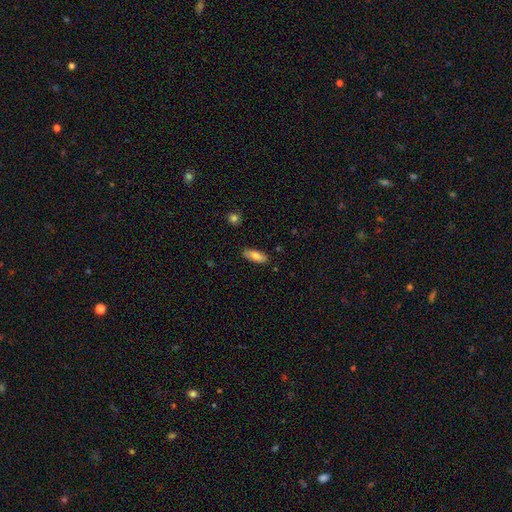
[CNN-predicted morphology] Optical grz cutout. It shows a smooth galaxy with no disk features (77%) that is in between round and cigar-shaped (74%). Merging: none (85%).